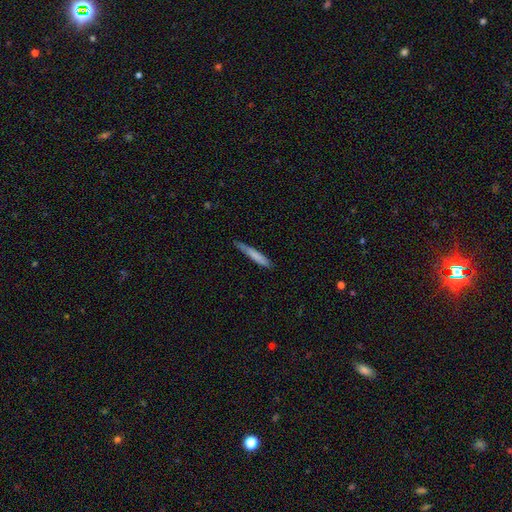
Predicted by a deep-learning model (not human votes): This appears to be a smooth galaxy with no disk features (74%) that is cigar-shaped (94%). Merging: none (72%).